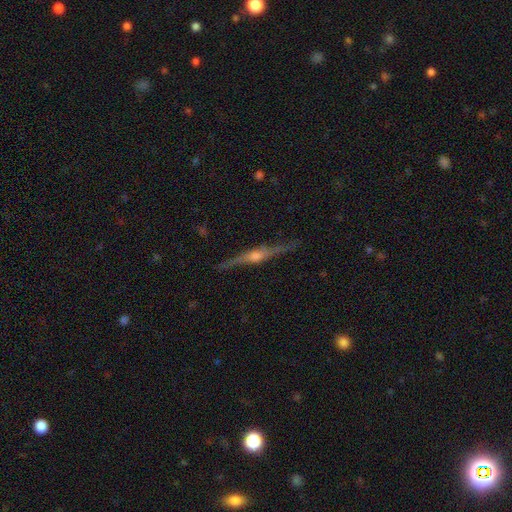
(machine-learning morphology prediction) type=featured or disk (86%); edge-on=yes (98%); edge-on bulge=rounded (90%); merging=none (89%).